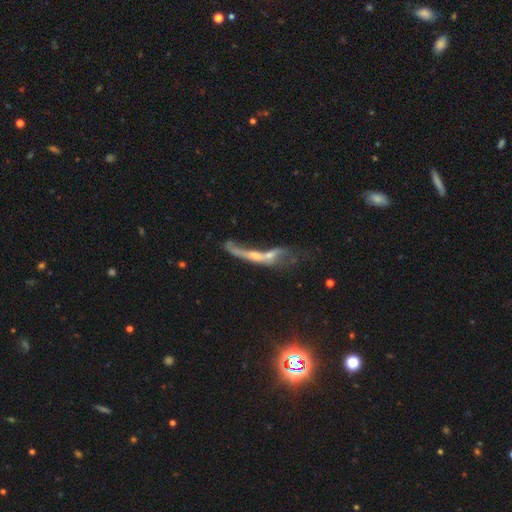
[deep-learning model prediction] Morphology: type=featured or disk (61%); edge-on=no (60%); merging=merger (50%).